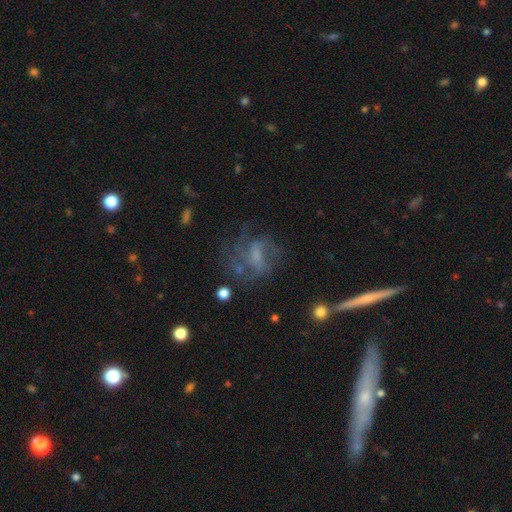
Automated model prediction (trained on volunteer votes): Smooth or featured? Predicted: featured or disk (p=0.60). Edge-on disk? Predicted: no (p=0.96). Bar? Predicted: no (p=0.50). Spiral arms? Predicted: yes (p=0.66). Bulge size? Predicted: small (p=0.38). Merging? Predicted: none (p=0.50).